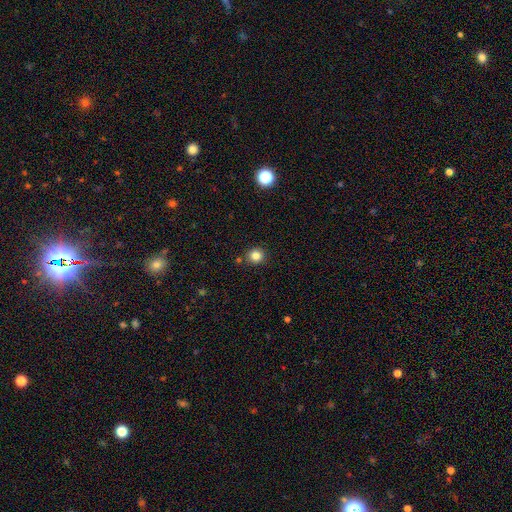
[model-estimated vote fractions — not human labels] A smooth galaxy with no disk features (82%) that is round (90%). Merging: none (87%).